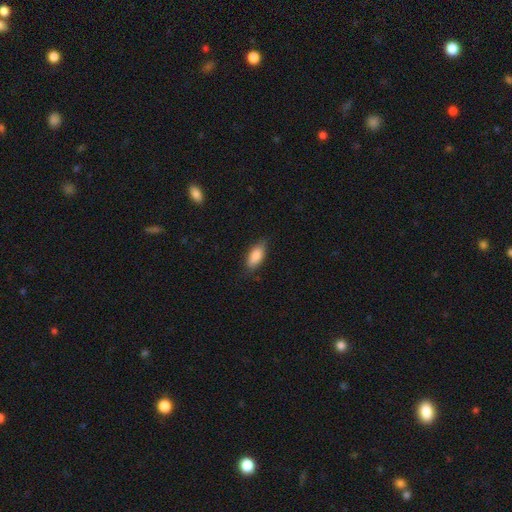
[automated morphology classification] smooth_or_featured: smooth (p=0.84) [alt: featured or disk p=0.09]
how_rounded: in between (p=0.86) [alt: cigar-shaped p=0.12]
merging: none (p=0.77) [alt: minor disturbance p=0.18]